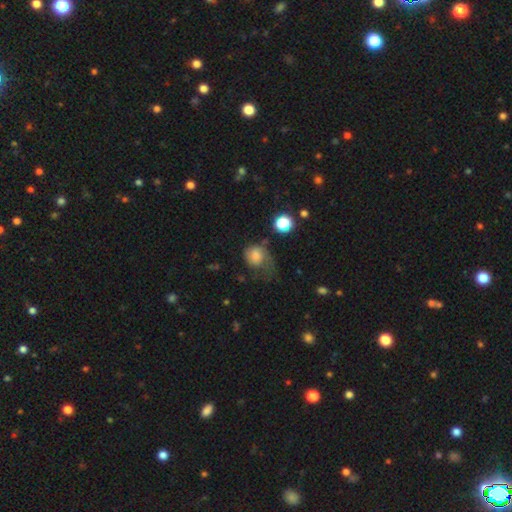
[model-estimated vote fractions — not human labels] Smooth or featured?
  - smooth: 67% *
  - featured or disk: 22%
  - star or artifact: 11%
How rounded?
  - round: 61% *
  - in between: 38%
  - cigar-shaped: 1%
Merging?
  - major disturbance: 43% *
  - none: 28%
  - minor disturbance: 26%
  - merger: 4%